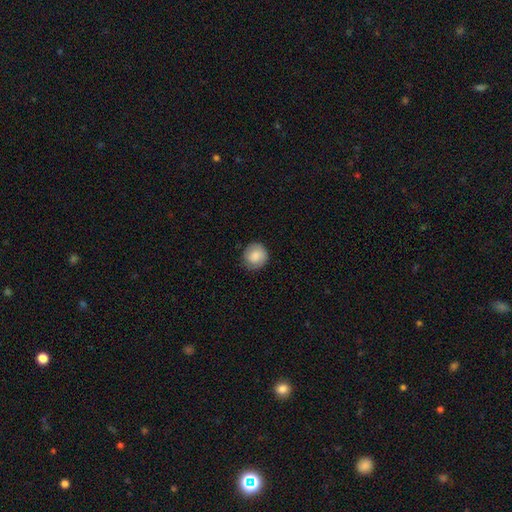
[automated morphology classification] The model was most divided on "merging": none: 82%, minor disturbance: 14%, major disturbance: 3%, merger: 1%. More confident: how rounded — round (89%); smooth or featured — smooth (83%).